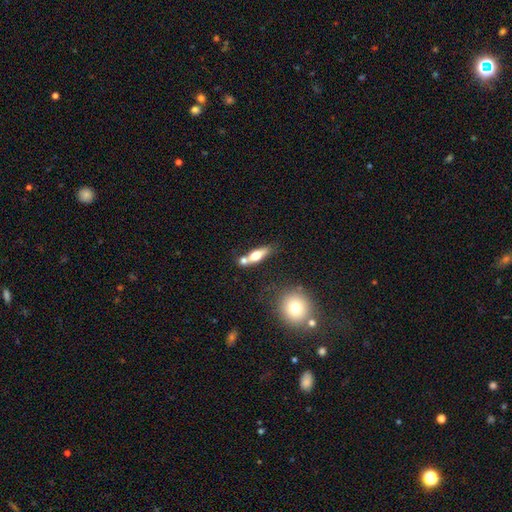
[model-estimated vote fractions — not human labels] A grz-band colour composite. It shows a smooth galaxy with no disk features (56%) that is cigar-shaped (49%). Merging: none (52%).